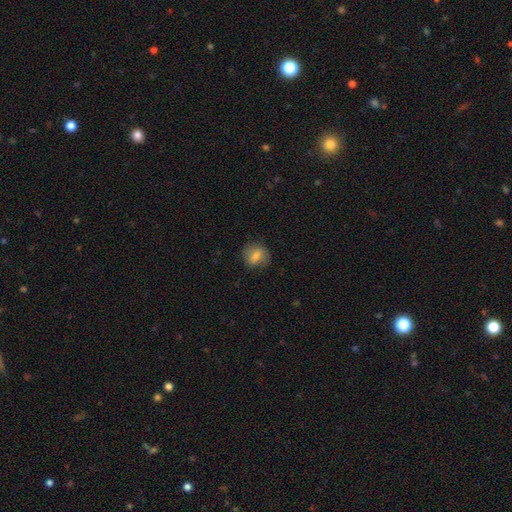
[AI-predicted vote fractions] The model was most divided on "how rounded": round: 75%, in between: 23%, cigar-shaped: 1%. More confident: merging — none (78%); smooth or featured — smooth (72%).